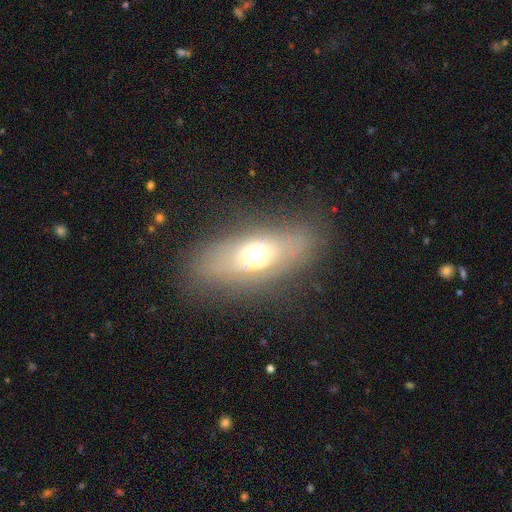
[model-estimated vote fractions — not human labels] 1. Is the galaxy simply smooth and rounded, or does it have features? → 46% smooth, 41% featured or disk, 13% star or artifact.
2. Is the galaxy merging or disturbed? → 79% none, 12% minor disturbance, 7% major disturbance, 1% merger.